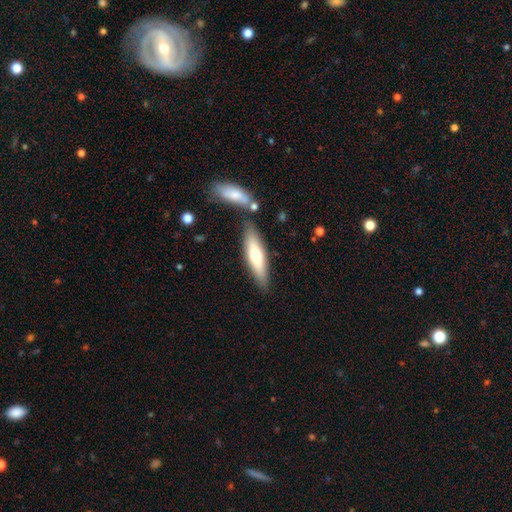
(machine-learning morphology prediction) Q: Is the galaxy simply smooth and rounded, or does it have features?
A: smooth — 60%.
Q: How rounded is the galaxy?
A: cigar-shaped — 69%.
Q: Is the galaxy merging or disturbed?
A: none — 77%.